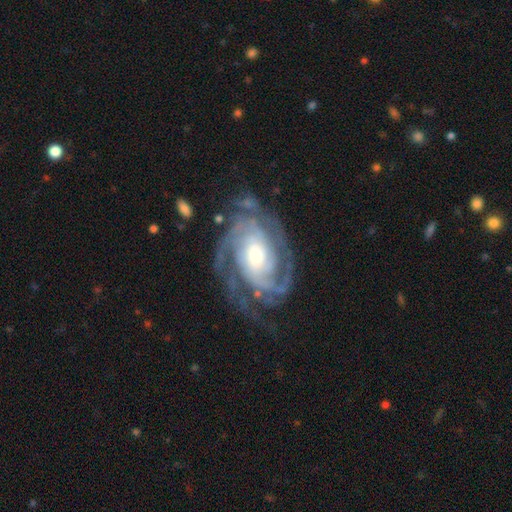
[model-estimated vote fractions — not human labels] smooth_or_featured: featured or disk (p=0.92) [alt: star or artifact p=0.04]
disk_edge_on: no (p=0.97) [alt: yes p=0.03]
bar: no (p=0.56) [alt: weak p=0.30]
has_spiral_arms: yes (p=0.98) [alt: no p=0.02]
spiral_winding: tight (p=0.60) [alt: medium p=0.33]
spiral_arm_count: 2 (p=0.32) [alt: 3 p=0.28]
bulge_size: moderate (p=0.50) [alt: small p=0.34]
merging: none (p=0.69) [alt: minor disturbance p=0.18]